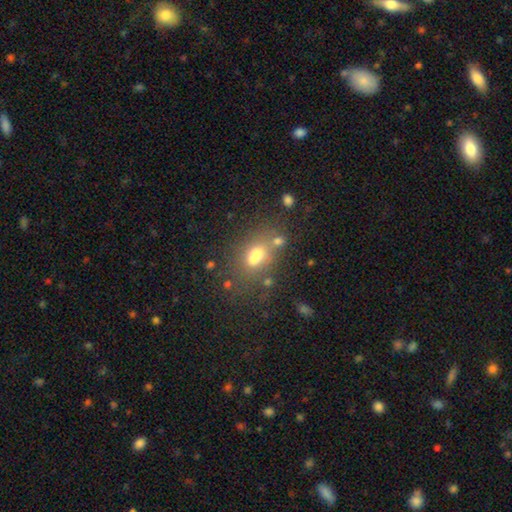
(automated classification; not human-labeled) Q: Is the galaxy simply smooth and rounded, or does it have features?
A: smooth — 63%.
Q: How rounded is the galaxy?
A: in between — 73%.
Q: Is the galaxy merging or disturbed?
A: none — 46%.